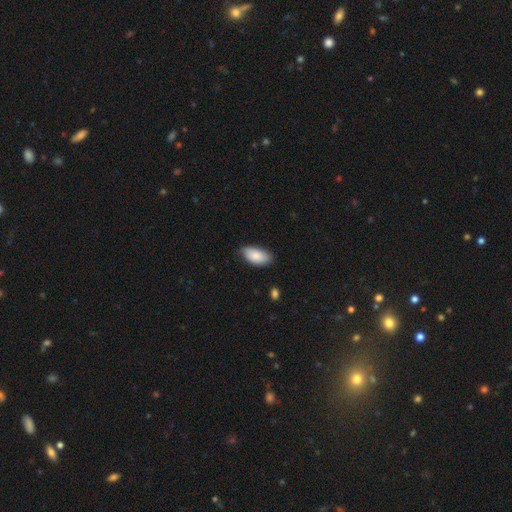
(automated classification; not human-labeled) Morphology: type=smooth (86%); roundness=in between (94%); merging=none (72%).